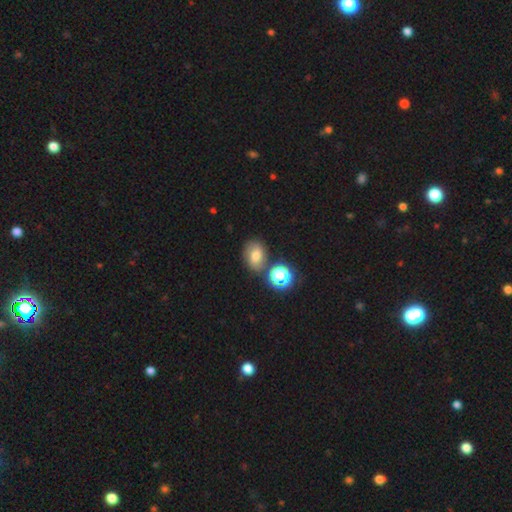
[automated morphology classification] smooth 65%, star or artifact 19%, featured or disk 16%. Down the decision tree: how rounded — in between (60%); merging — none (69%).